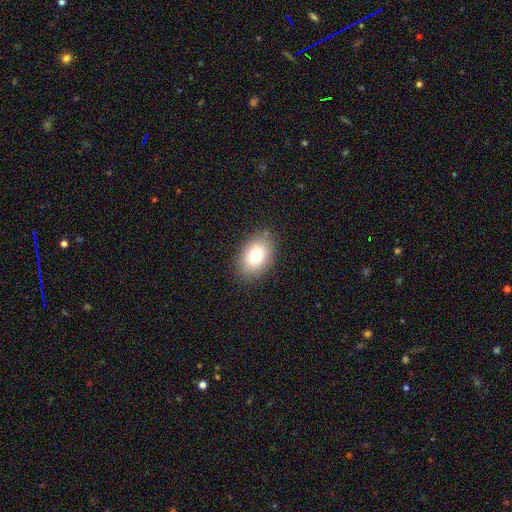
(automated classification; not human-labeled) Smooth or featured? smooth (77%)
How rounded? in between (82%)
Merging? none (84%)